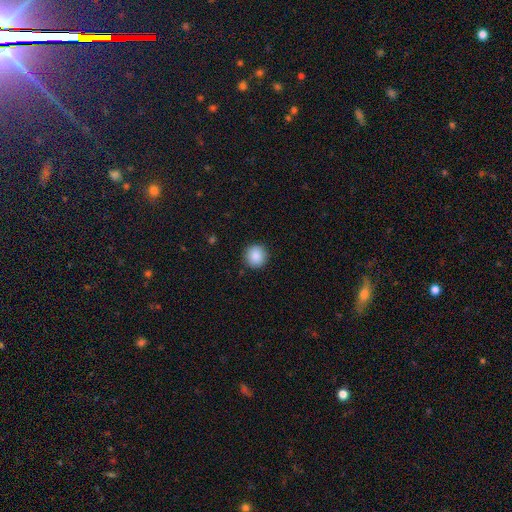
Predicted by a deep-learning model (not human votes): Smooth or featured?
  - smooth: 88% *
  - star or artifact: 8%
  - featured or disk: 3%
How rounded?
  - round: 95% *
  - in between: 4%
  - cigar-shaped: 1%
Merging?
  - none: 91% *
  - minor disturbance: 6%
  - major disturbance: 2%
  - merger: 1%